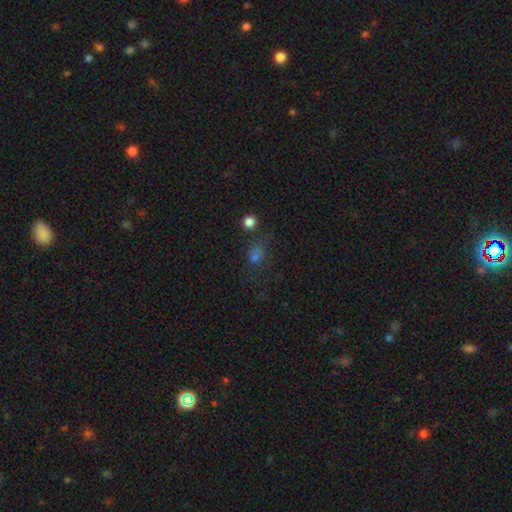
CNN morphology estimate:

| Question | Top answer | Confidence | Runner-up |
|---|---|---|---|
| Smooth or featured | smooth | 59% | star or artifact (32%) |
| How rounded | round | 71% | in between (28%) |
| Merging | none | 59% | minor disturbance (17%) |